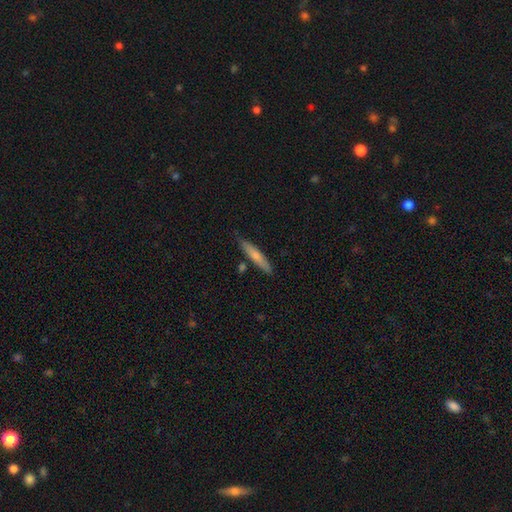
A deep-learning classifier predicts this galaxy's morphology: A smooth galaxy with no disk features (67%) that is cigar-shaped (91%). Merging: none (81%).